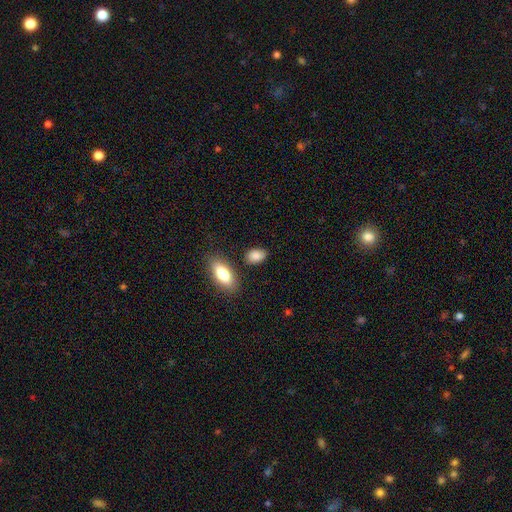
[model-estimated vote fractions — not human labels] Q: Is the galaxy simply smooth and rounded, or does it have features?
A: smooth — 86%.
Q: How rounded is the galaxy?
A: in between — 85%.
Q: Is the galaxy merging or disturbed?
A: none — 79%.